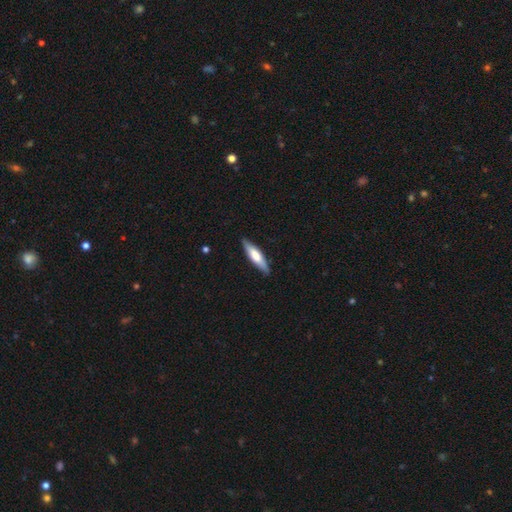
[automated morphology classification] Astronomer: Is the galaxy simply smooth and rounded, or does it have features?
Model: smooth — 58% (runner-up: featured or disk, 37%).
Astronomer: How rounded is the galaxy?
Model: cigar-shaped — 73%.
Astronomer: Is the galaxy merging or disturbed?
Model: none — 87%.